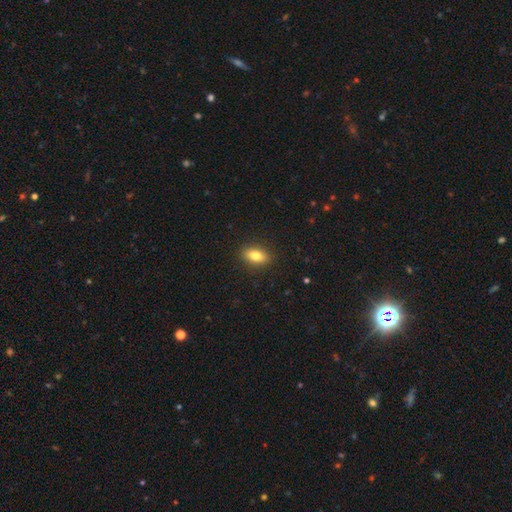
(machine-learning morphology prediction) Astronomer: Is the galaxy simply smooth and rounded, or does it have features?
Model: smooth — 80%.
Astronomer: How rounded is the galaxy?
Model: in between — 84%.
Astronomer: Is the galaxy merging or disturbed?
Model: none — 89%.